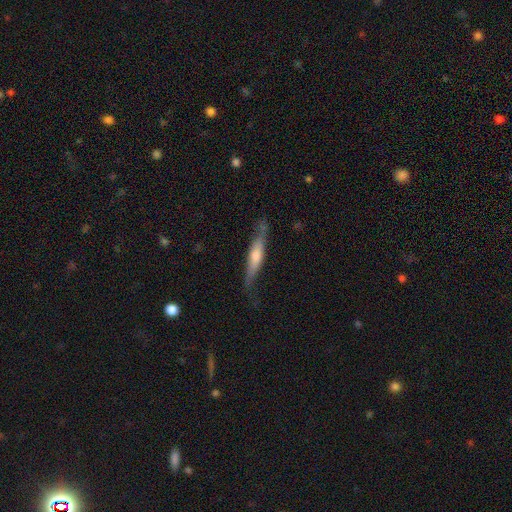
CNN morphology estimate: smooth-or-featured: featured or disk: 62% | smooth: 32% | star or artifact: 6%
  disk-edge-on: yes: 89% | no: 11%
    edge-on-bulge: rounded: 73% | none: 13% | boxy: 13%
  merging: none: 72% | minor disturbance: 20% | major disturbance: 5% | merger: 2%